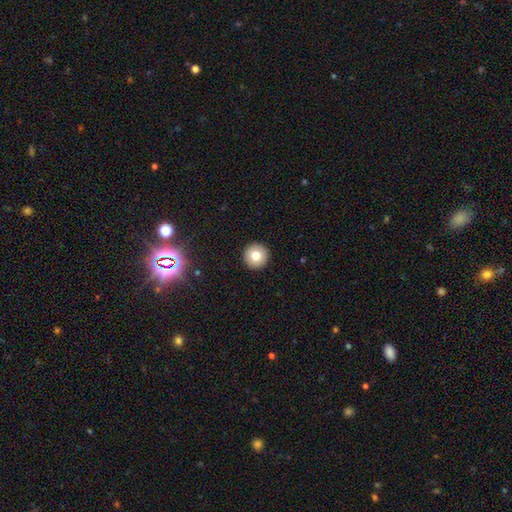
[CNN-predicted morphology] This is likely a smooth galaxy (78%). How rounded: clearly round (96%). Merging: clearly none (93%).